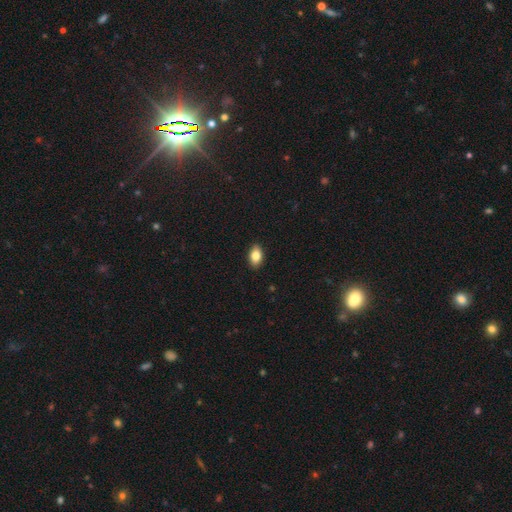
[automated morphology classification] Overall: smooth (83%). How rounded: in between (89%). Merging: none (89%).